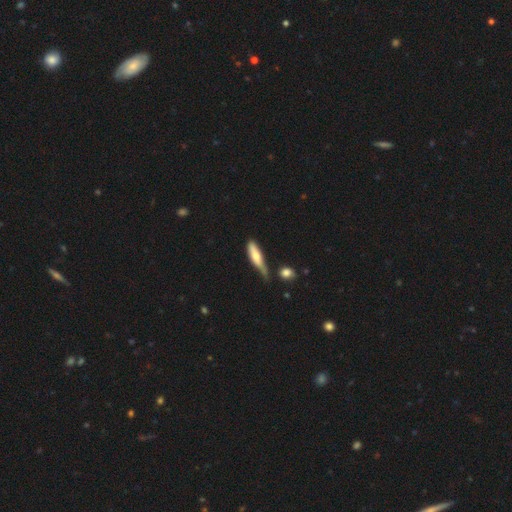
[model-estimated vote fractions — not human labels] Smooth or featured?
  - smooth: 61% *
  - featured or disk: 33%
  - star or artifact: 6%
How rounded?
  - cigar-shaped: 67% *
  - in between: 31%
  - round: 2%
Merging?
  - none: 39% *
  - minor disturbance: 35%
  - merger: 13%
  - major disturbance: 13%